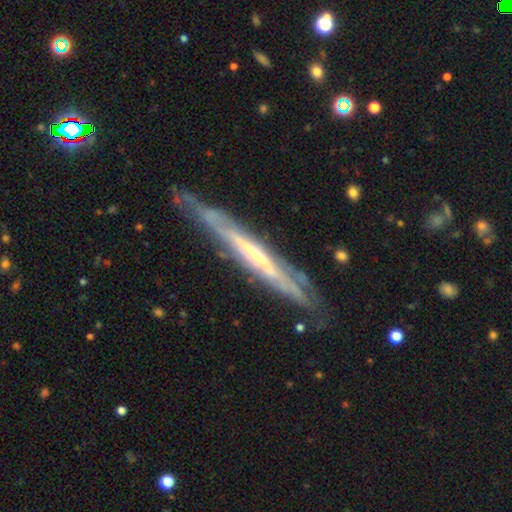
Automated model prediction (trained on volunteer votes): This appears to be a featured or disk galaxy (82%) viewed edge-on (77%) with no central bulge (51%). Merging: none (74%).